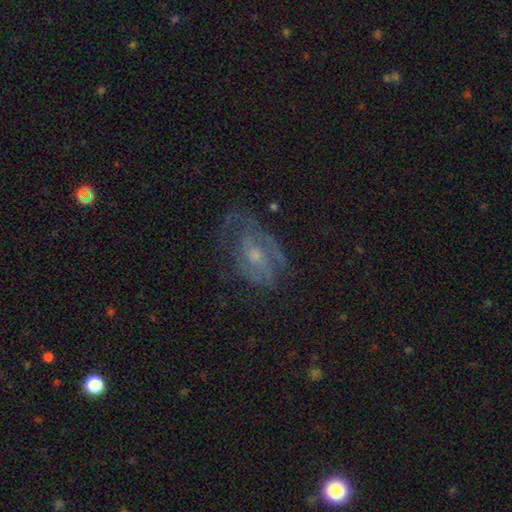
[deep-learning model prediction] A featured or disk galaxy (71%) with no bar (63%), 2 (37%) medium (43%) spiral arms (76%) and a small central bulge (55%). Merging: none (50%).